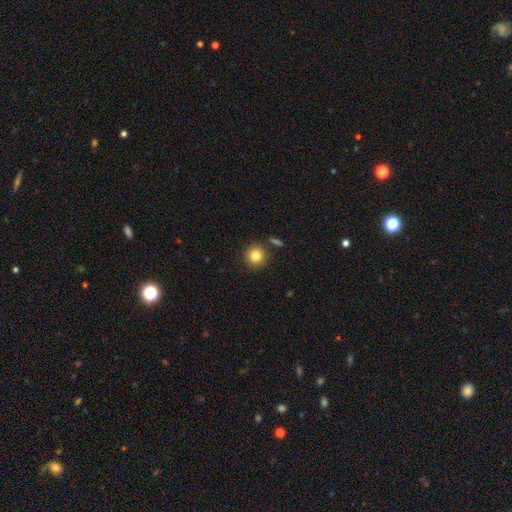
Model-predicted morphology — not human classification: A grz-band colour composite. It shows a smooth galaxy with no disk features (83%) that is round (93%). Merging: none (86%).